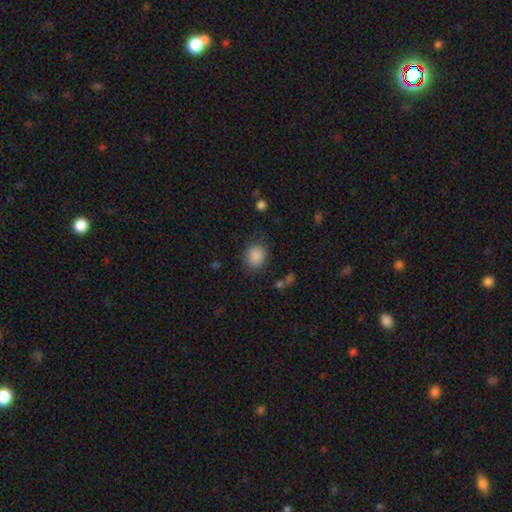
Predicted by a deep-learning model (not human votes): This is clearly a smooth galaxy (87%). How rounded: likely round (72%). Merging: clearly none (82%).